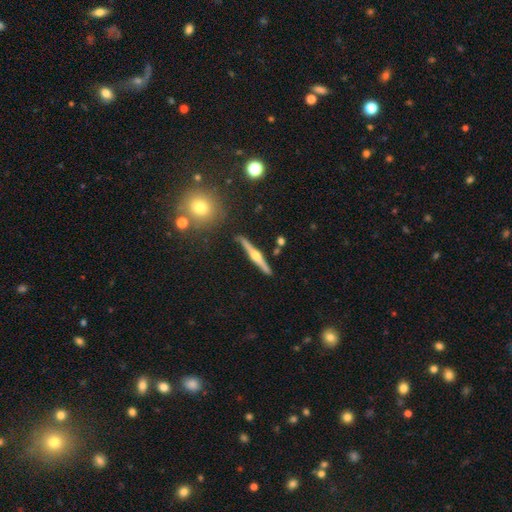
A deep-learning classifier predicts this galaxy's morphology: Smooth or featured? Predicted: featured or disk (p=0.74). Edge-on disk? Predicted: yes (p=0.97). Edge-on bulge? Predicted: rounded (p=0.92). Merging? Predicted: none (p=0.87).